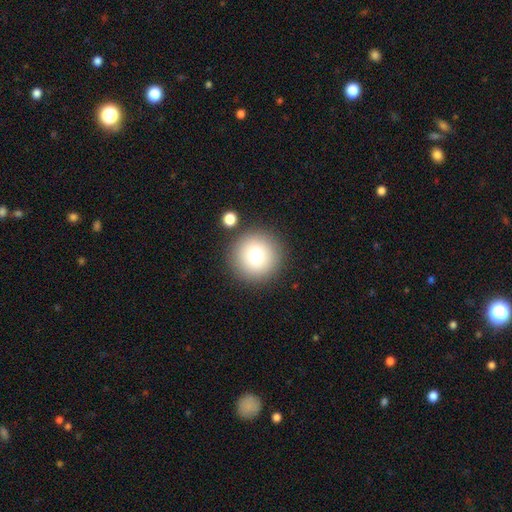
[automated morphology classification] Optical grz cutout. It shows a smooth galaxy with no disk features (76%) that is round (96%). Merging: none (86%).